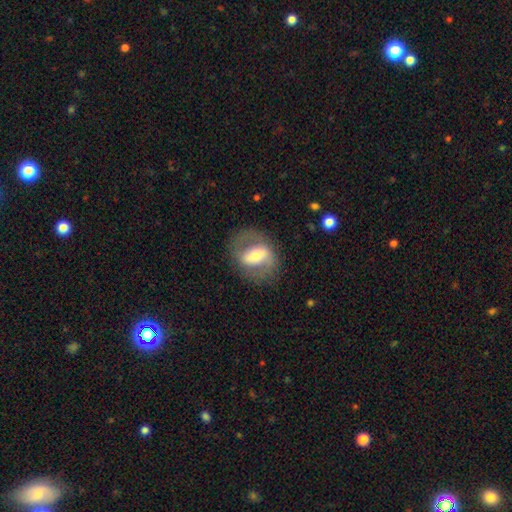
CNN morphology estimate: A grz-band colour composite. It shows a featured or disk galaxy (59%) with a strong bar (49%), spiral arms (55%) and a moderate central bulge (55%). Merging: none (72%).